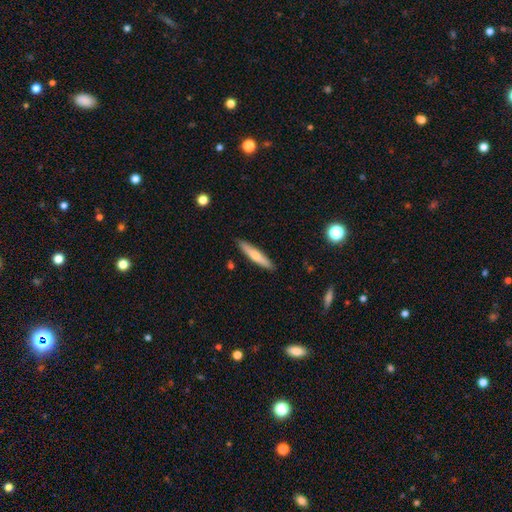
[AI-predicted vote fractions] Morphology: type=smooth (64%); roundness=cigar-shaped (89%); merging=none (88%).